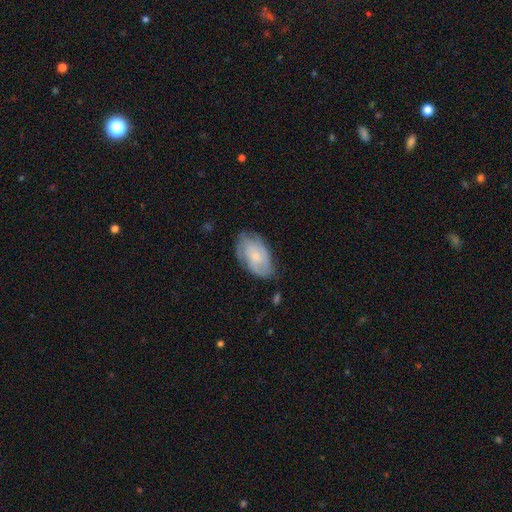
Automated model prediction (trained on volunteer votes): This is possibly a featured or disk galaxy (52%). It is clearly not viewed edge-on (95%). Merging: likely none (65%).